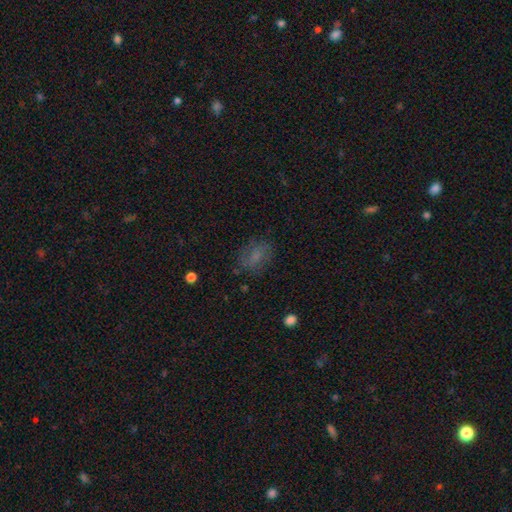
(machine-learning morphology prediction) smooth 62%, featured or disk 23%, star or artifact 14%. Down the decision tree: how rounded — in between (69%); merging — none (72%).